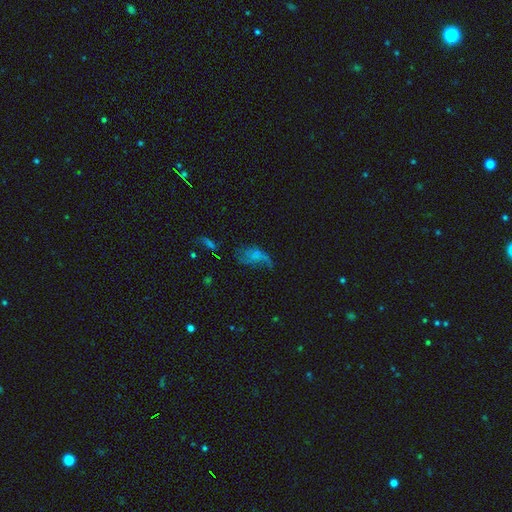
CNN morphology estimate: Smooth or featured? smooth (43%)
Merging? major disturbance (43%)